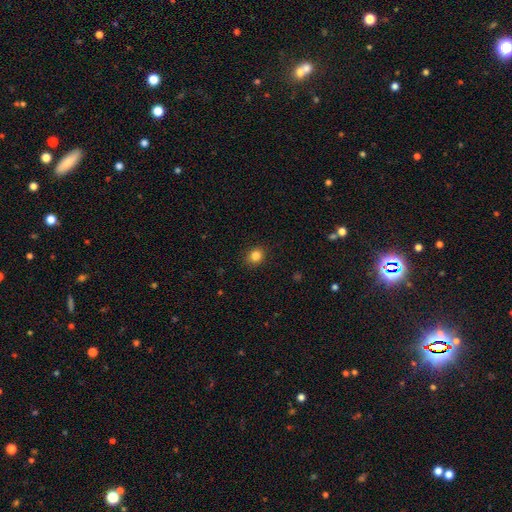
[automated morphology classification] Smooth or featured: smooth — 84% (star or artifact — 12%)
How rounded: round — 76% (in between — 23%)
Merging: none — 89% (minor disturbance — 7%)